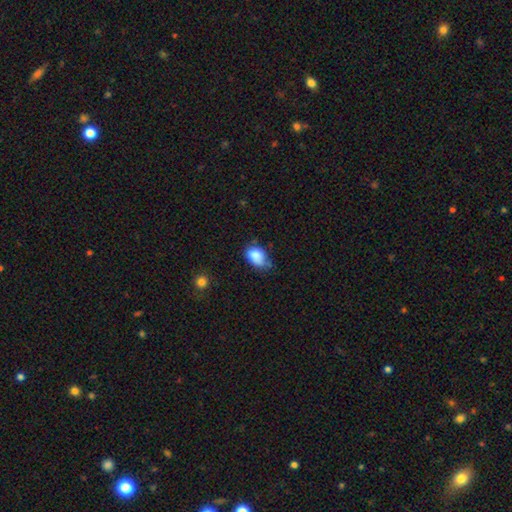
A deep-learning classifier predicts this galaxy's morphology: A smooth galaxy with no disk features (81%) that is in between round and cigar-shaped (82%).

Vote fractions:
- Smooth or featured? smooth: 81% / featured or disk: 10% / star or artifact: 8%
- How rounded? in between: 82% / round: 16% / cigar-shaped: 1%
- Merging? minor disturbance: 42% / none: 40% / major disturbance: 13% / merger: 5%